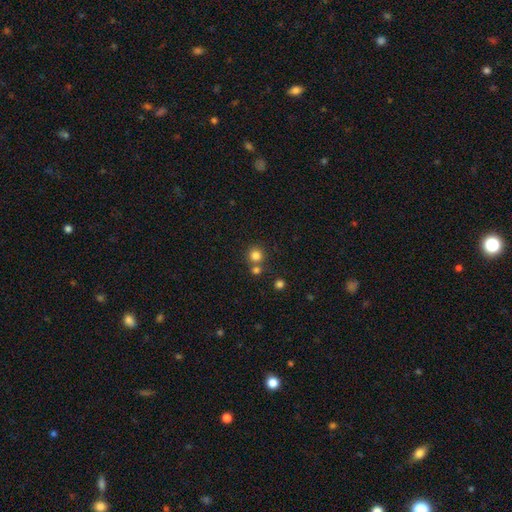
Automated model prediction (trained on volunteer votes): This is clearly a smooth galaxy (81%). How rounded: clearly round (92%). Merging: likely none (68%).